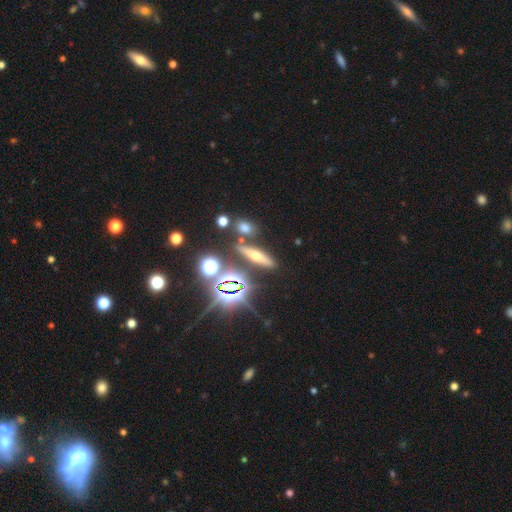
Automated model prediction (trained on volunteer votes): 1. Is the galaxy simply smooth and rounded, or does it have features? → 35% star or artifact, 34% featured or disk, 32% smooth.